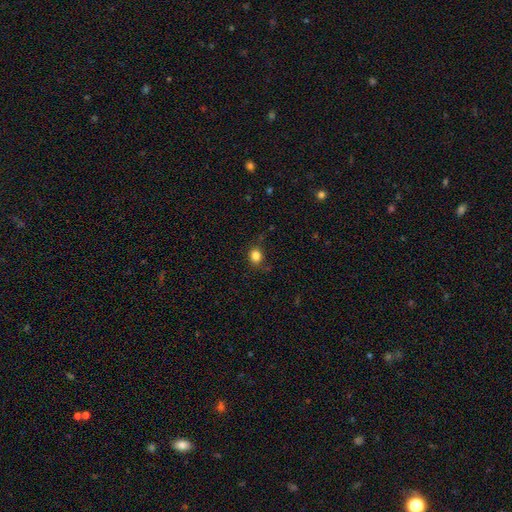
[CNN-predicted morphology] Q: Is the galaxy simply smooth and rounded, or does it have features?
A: smooth — 84%.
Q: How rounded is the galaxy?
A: round — 69%.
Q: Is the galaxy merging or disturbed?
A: none — 81%.